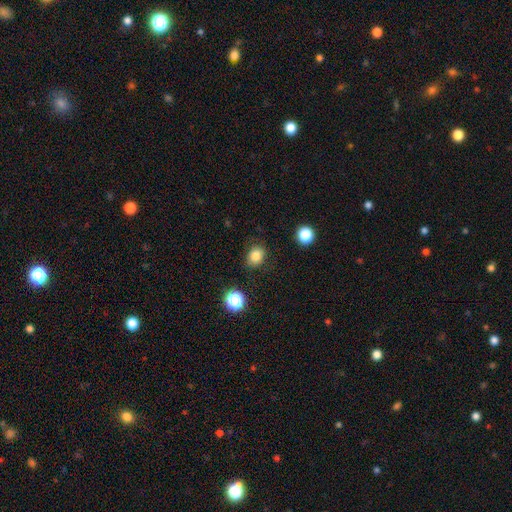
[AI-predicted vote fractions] A smooth galaxy with no disk features (82%) that is round (51%).

Vote fractions:
- Smooth or featured? smooth: 82% / star or artifact: 12% / featured or disk: 6%
- How rounded? round: 51% / in between: 48% / cigar-shaped: 1%
- Merging? none: 82% / minor disturbance: 13% / major disturbance: 3% / merger: 2%